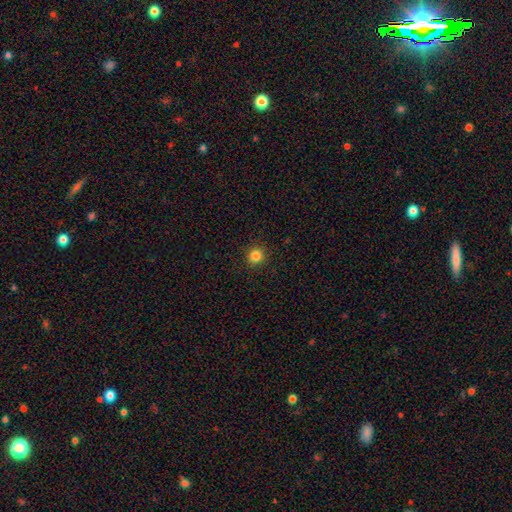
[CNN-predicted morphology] This appears to be a smooth galaxy with no disk features (84%) that is round (93%). Merging: none (92%).